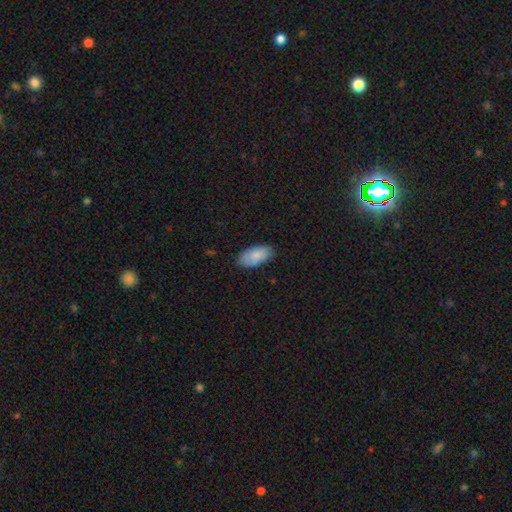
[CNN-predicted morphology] A smooth galaxy with no disk features (81%) that is in between round and cigar-shaped (94%). Merging: none (79%).